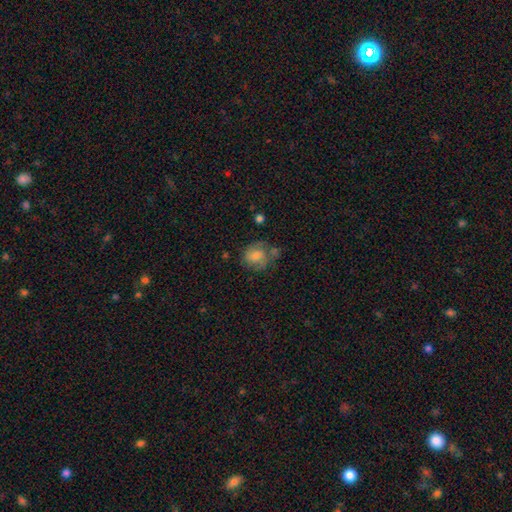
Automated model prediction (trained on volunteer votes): This appears to be a smooth galaxy with no disk features (59%) that is round (69%). Merging: none (53%).